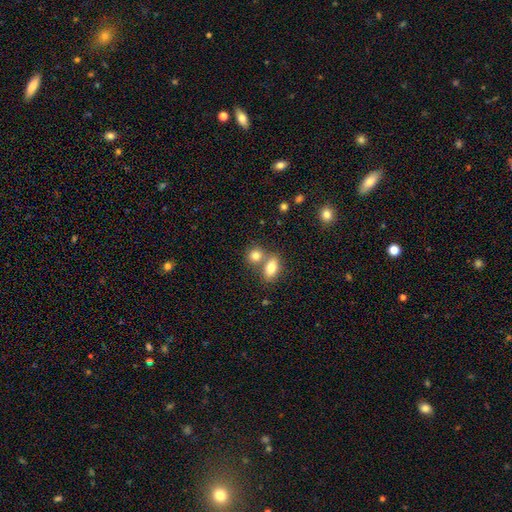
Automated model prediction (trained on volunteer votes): The model was most divided on "merging": merger: 45%, none: 44%, minor disturbance: 8%, major disturbance: 3%. More confident: smooth or featured — smooth (81%); how rounded — round (52%).